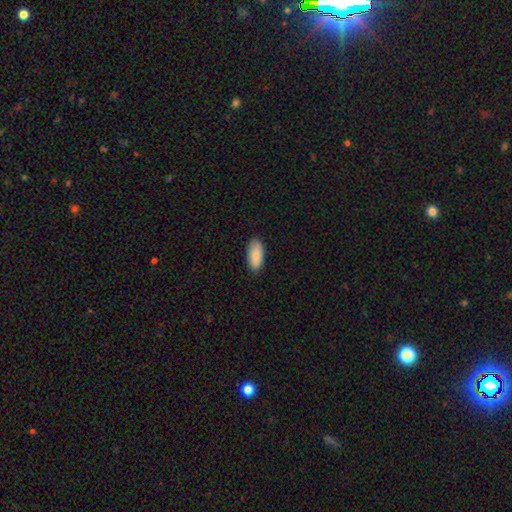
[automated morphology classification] smooth 88%, featured or disk 6%, star or artifact 6%. Down the decision tree: how rounded — in between (91%); merging — none (86%).